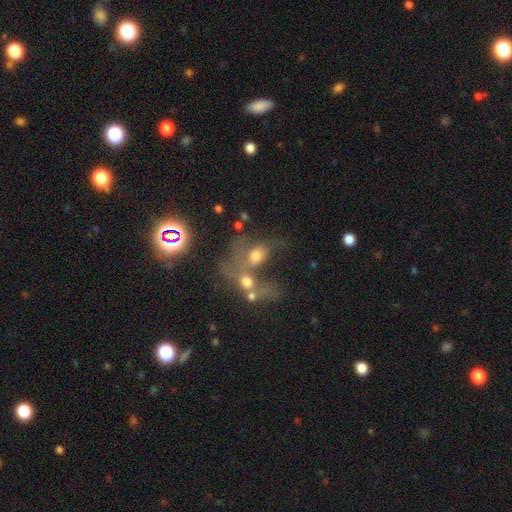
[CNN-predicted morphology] Smooth or featured? smooth (50%)
How rounded? in between (68%)
Merging? merger (62%)